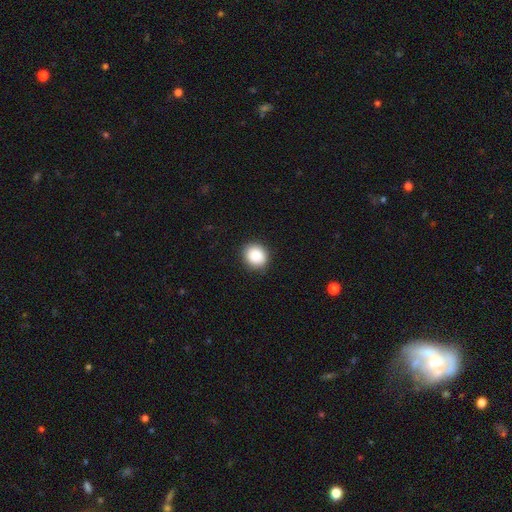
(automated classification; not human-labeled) A smooth galaxy with no disk features (88%) that is round (76%).

Vote fractions:
- Smooth or featured? smooth: 88% / star or artifact: 8% / featured or disk: 4%
- How rounded? round: 76% / in between: 23% / cigar-shaped: 1%
- Merging? none: 89% / minor disturbance: 8% / major disturbance: 2% / merger: 1%